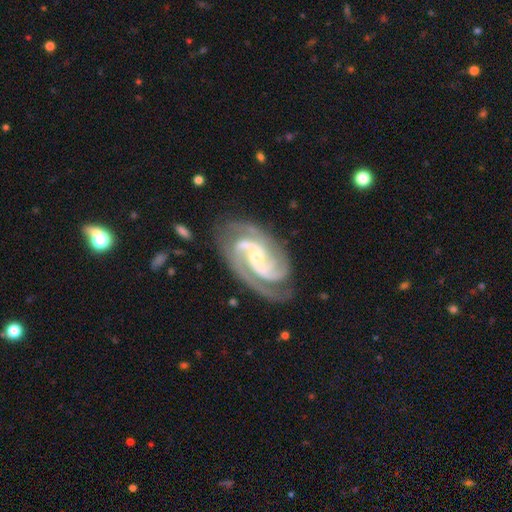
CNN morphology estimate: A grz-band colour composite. It shows a featured or disk galaxy (93%) with no bar (43%), 3 (41%) medium (48%) spiral arms (99%) and a small central bulge (67%). Merging: none (75%).